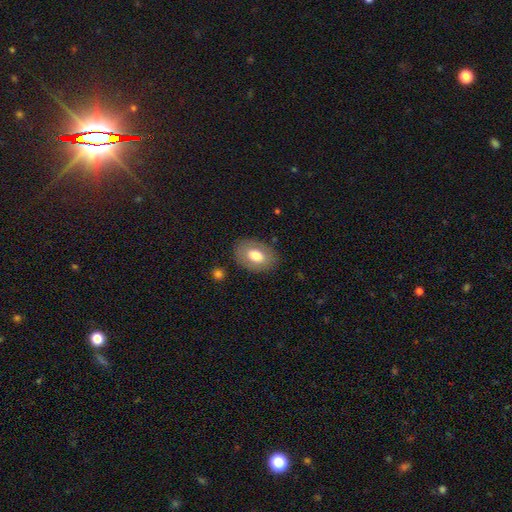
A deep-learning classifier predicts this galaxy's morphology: Q: Smooth or featured?
A: smooth (70%); runner-up: featured or disk (23%)
Q: How rounded?
A: in between (83%); runner-up: round (16%)
Q: Merging?
A: none (83%); runner-up: minor disturbance (11%)